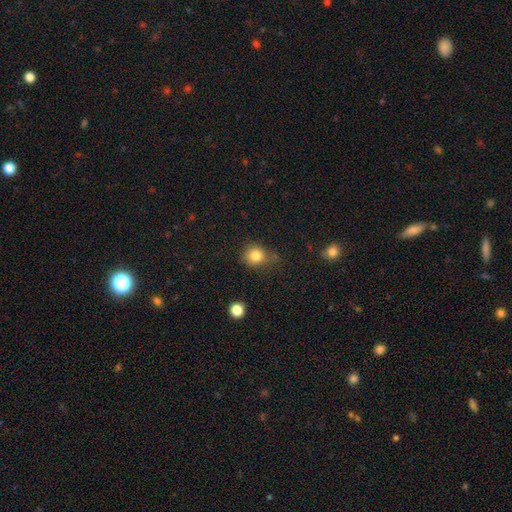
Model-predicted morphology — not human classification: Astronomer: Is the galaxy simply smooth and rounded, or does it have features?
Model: smooth — 81%.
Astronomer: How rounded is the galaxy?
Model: round — 81%.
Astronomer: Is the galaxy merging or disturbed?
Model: none — 68%.